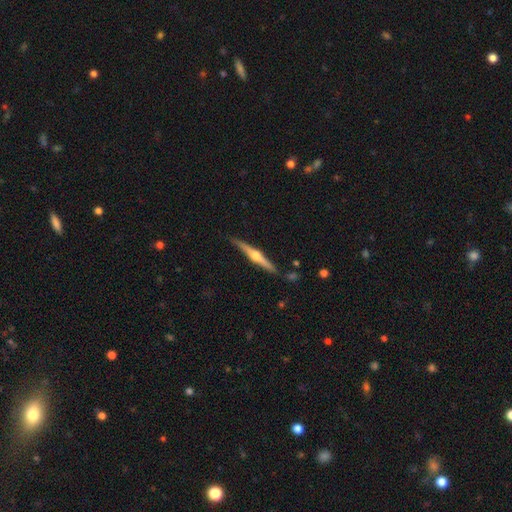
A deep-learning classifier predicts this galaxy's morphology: This appears to be a featured or disk galaxy (77%) viewed edge-on (98%) with a rounded central bulge (94%). Merging: none (86%).